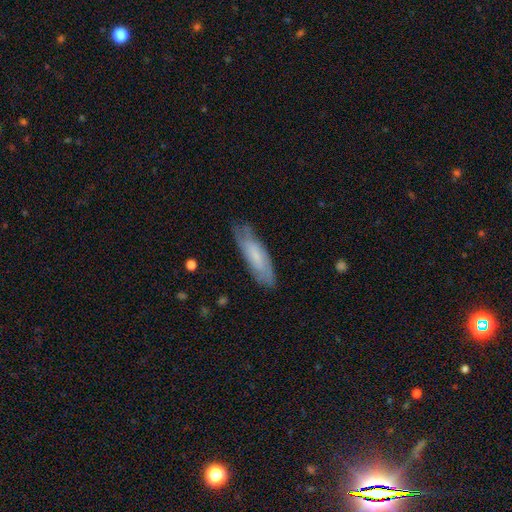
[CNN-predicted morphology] Smooth or featured: smooth — 50% (featured or disk — 43%)
How rounded: cigar-shaped — 55% (in between — 43%)
Merging: none — 73% (minor disturbance — 20%)